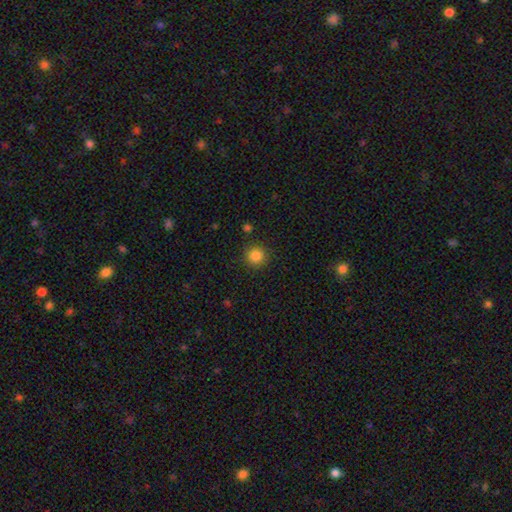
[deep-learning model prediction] This appears to be a smooth galaxy with no disk features (84%) that is round (94%). Merging: none (89%).